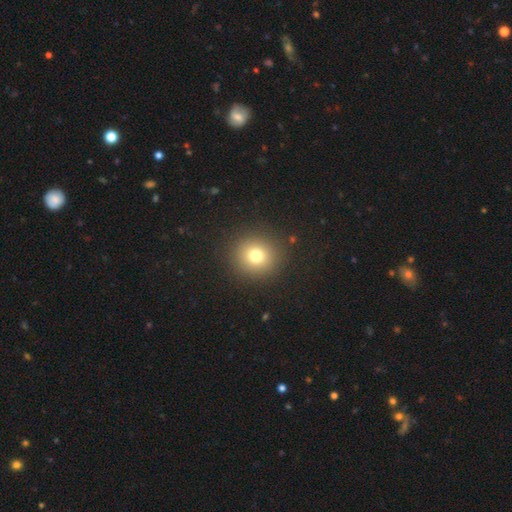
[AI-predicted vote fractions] Smooth or featured: smooth — 75% (star or artifact — 15%)
How rounded: round — 92% (in between — 7%)
Merging: none — 91% (minor disturbance — 5%)